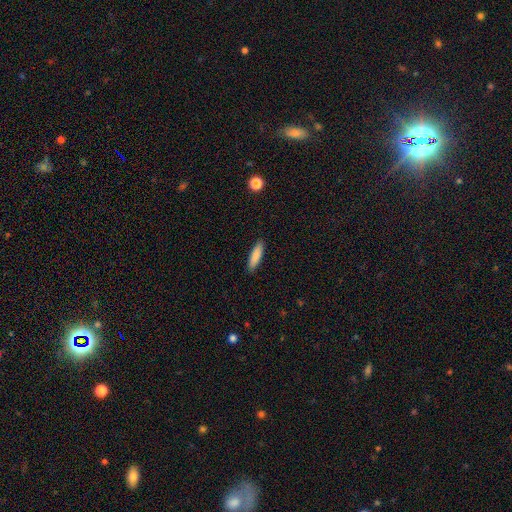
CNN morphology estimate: Overall: smooth (86%). How rounded: cigar-shaped (71%). Merging: none (90%).